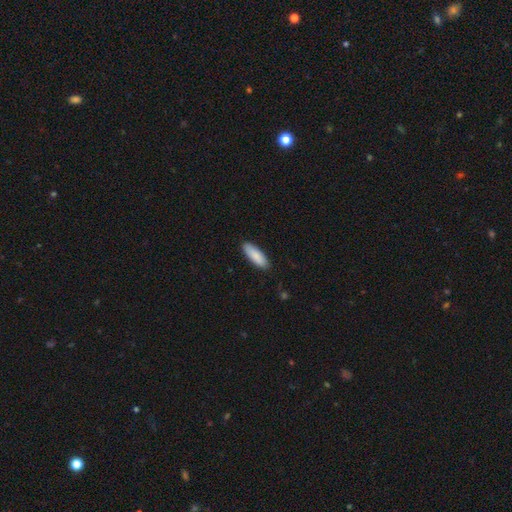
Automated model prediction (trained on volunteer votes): The model was most divided on "how rounded": in between: 60%, cigar-shaped: 38%, round: 2%. More confident: merging — none (89%); smooth or featured — smooth (88%).